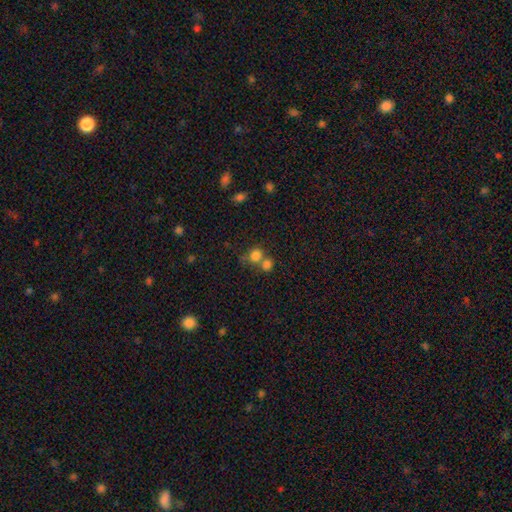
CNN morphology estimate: Smooth or featured: smooth — 78% (star or artifact — 14%)
How rounded: round — 76% (in between — 23%)
Merging: merger — 45% (none — 42%)